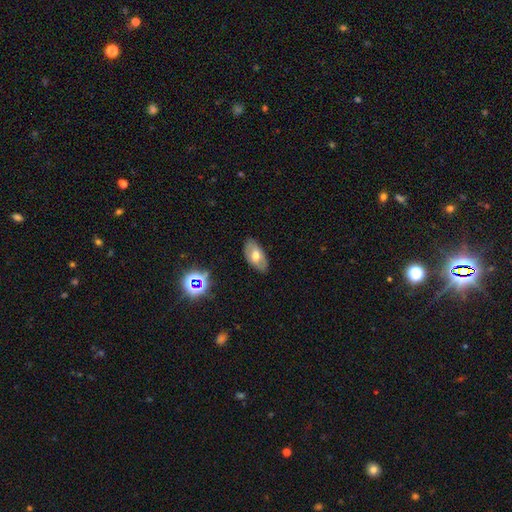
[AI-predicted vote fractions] smooth 54%, featured or disk 36%, star or artifact 9%. Down the decision tree: how rounded — in between (93%); merging — none (81%).